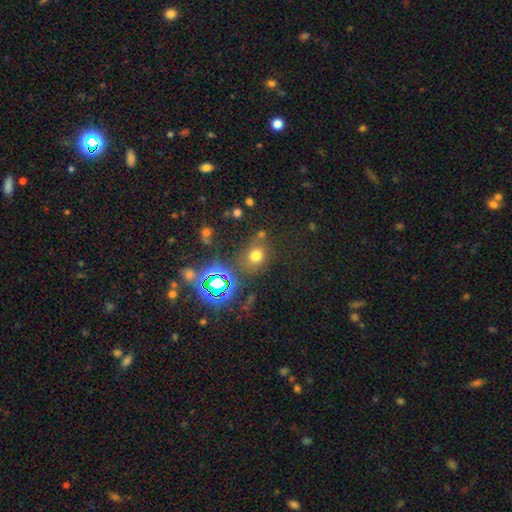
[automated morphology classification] Q: Smooth or featured?
A: smooth (62%); runner-up: star or artifact (29%)
Q: How rounded?
A: round (65%); runner-up: in between (34%)
Q: Merging?
A: none (69%); runner-up: minor disturbance (14%)